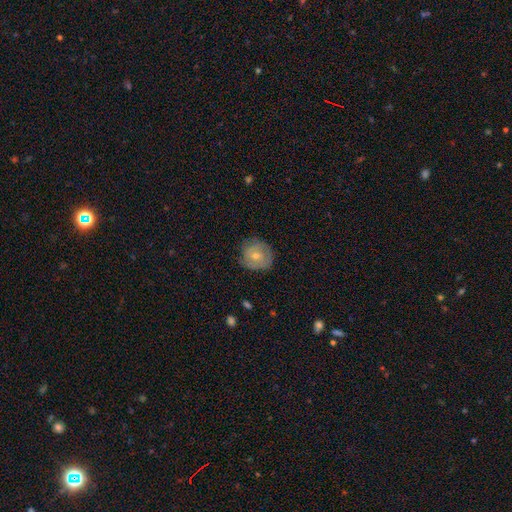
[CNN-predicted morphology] Overall: smooth (56%; featured or disk 37%). How rounded: round (79%). Merging: none (72%).